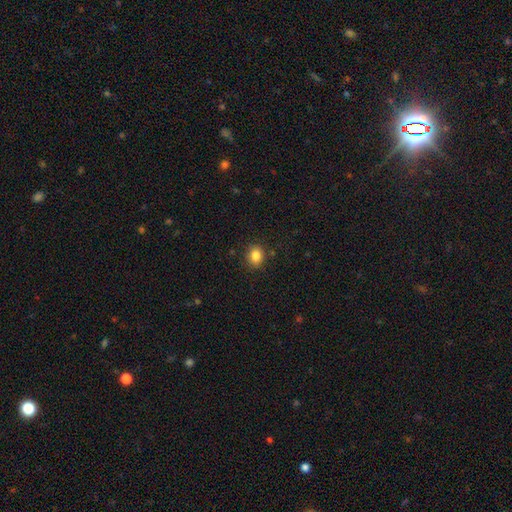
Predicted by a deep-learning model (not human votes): Morphology: type=smooth (84%); roundness=round (60%); merging=none (85%).